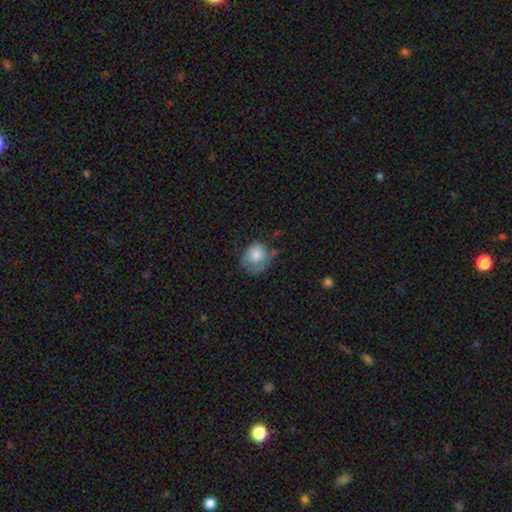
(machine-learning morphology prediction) Overall: smooth (77%). How rounded: round (71%). Merging: none (41%; minor disturbance 35%).